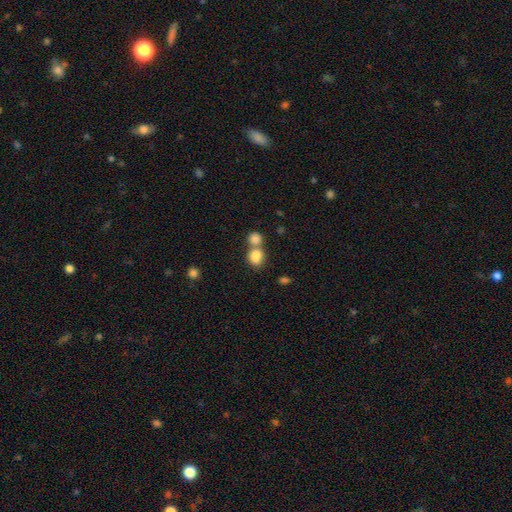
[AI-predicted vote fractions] smooth-or-featured: smooth: 84% | star or artifact: 9% | featured or disk: 8%
  how-rounded: round: 55% | in between: 44% | cigar-shaped: 1%
  merging: merger: 53% | none: 35% | minor disturbance: 8% | major disturbance: 4%